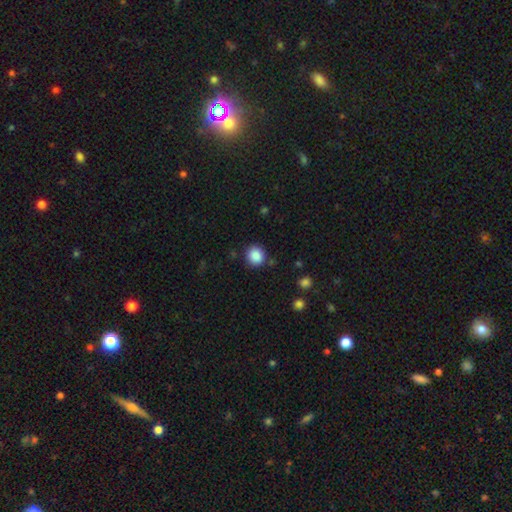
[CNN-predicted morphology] smooth-or-featured: smooth: 88% | star or artifact: 9% | featured or disk: 3%
  how-rounded: round: 84% | in between: 15% | cigar-shaped: 1%
  merging: none: 86% | minor disturbance: 9% | major disturbance: 3% | merger: 2%